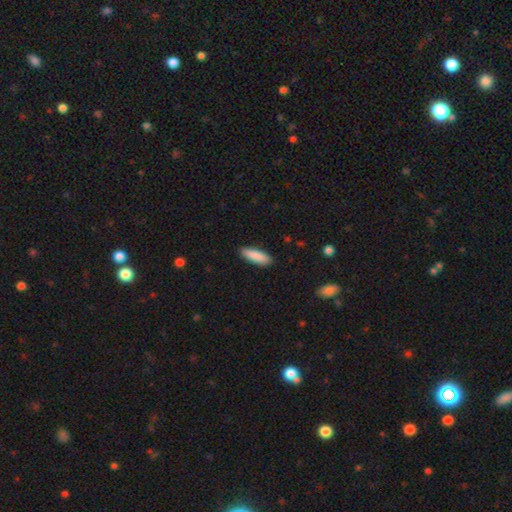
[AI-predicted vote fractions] A smooth galaxy with no disk features (88%) that is cigar-shaped (55%). Merging: none (88%).